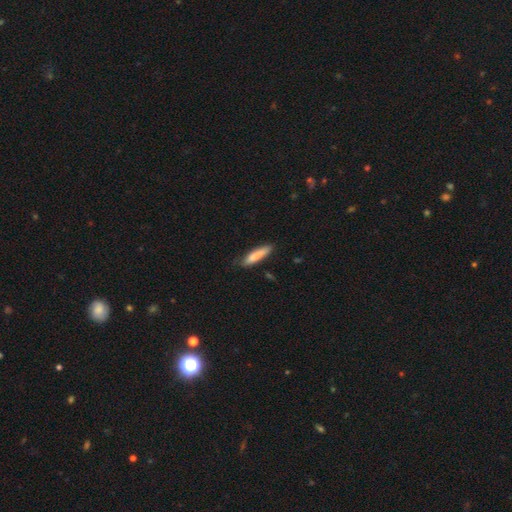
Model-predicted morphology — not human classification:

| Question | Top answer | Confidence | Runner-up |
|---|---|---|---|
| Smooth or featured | smooth | 84% | featured or disk (10%) |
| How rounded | cigar-shaped | 78% | in between (20%) |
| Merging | none | 76% | minor disturbance (19%) |